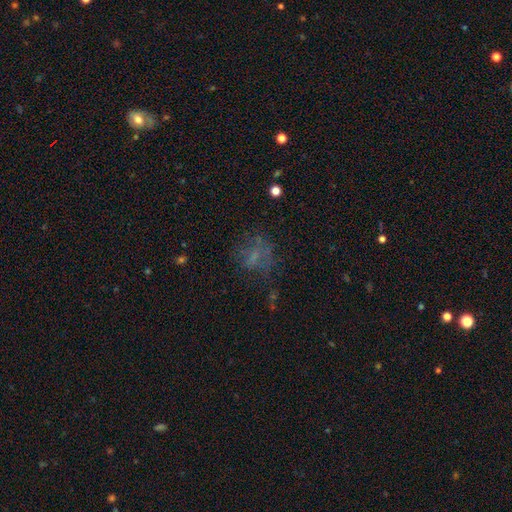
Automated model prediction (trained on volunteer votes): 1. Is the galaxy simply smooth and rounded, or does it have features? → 43% smooth, 31% featured or disk, 26% star or artifact.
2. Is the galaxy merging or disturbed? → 51% none, 27% major disturbance, 19% minor disturbance, 3% merger.